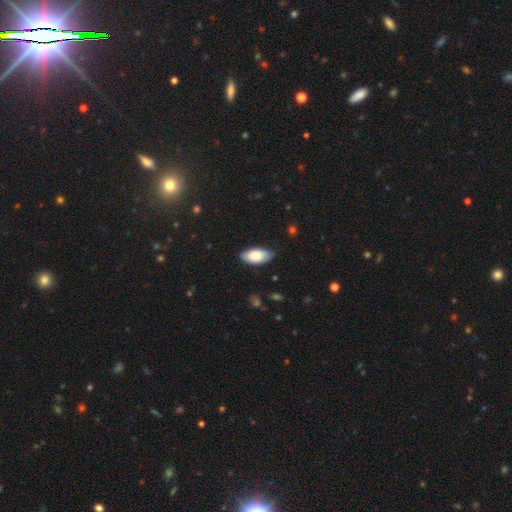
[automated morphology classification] Smooth or featured: smooth — 83% (featured or disk — 11%)
How rounded: in between — 94% (cigar-shaped — 4%)
Merging: none — 82% (minor disturbance — 15%)